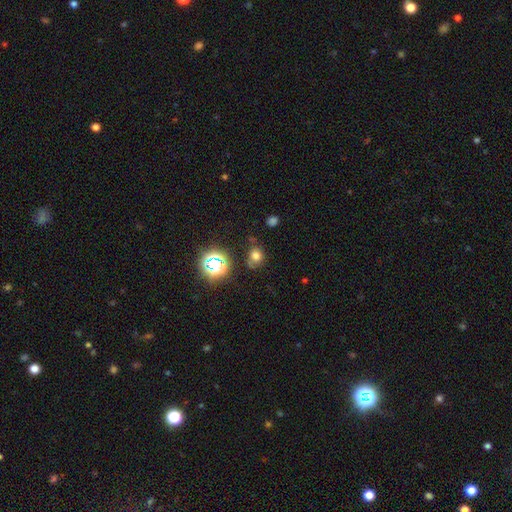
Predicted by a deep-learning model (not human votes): Smooth or featured? smooth (65%)
How rounded? round (65%)
Merging? none (64%)